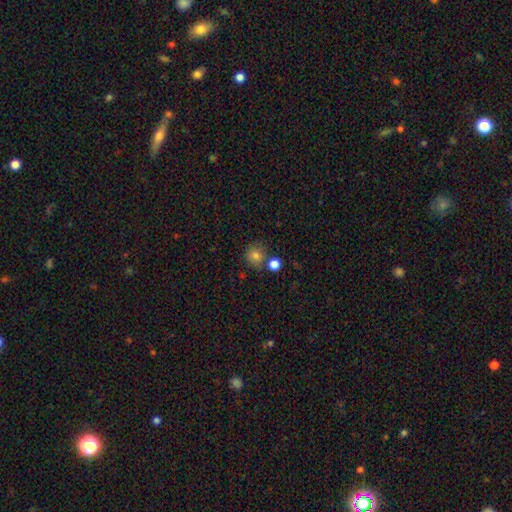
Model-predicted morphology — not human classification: Smooth or featured? smooth (80%)
How rounded? round (87%)
Merging? none (69%)